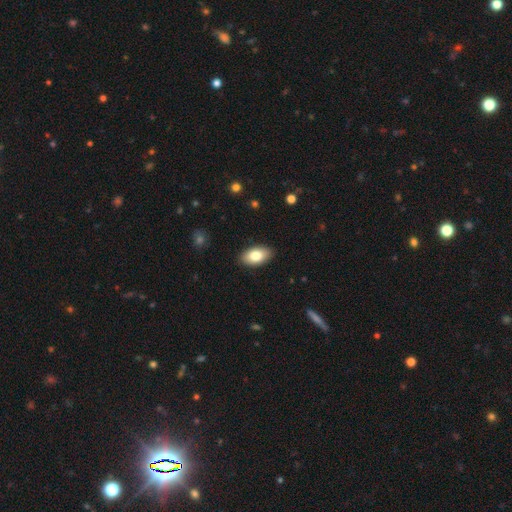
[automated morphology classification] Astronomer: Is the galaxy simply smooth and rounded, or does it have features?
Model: smooth — 82%.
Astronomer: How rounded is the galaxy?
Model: in between — 94%.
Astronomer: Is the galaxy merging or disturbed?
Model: none — 88%.